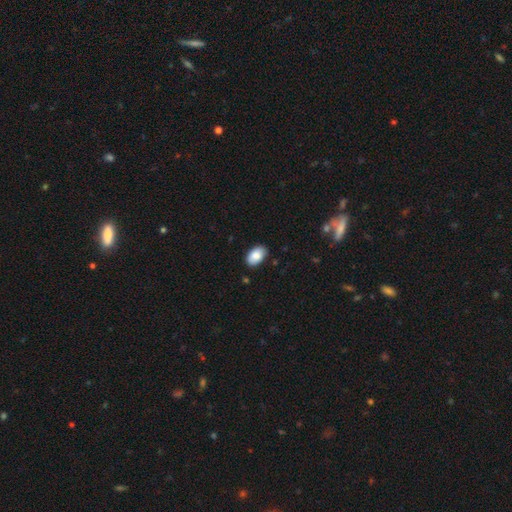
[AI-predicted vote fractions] Overall: smooth (86%). How rounded: in between (94%). Merging: none (85%).